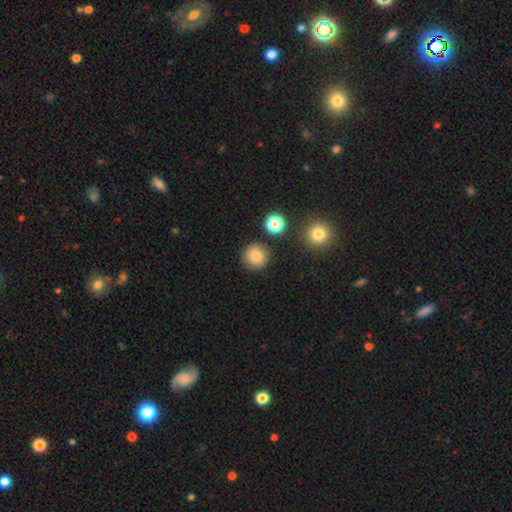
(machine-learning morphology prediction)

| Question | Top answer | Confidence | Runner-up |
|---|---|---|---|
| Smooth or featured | smooth | 82% | star or artifact (11%) |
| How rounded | round | 94% | in between (5%) |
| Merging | none | 87% | minor disturbance (7%) |